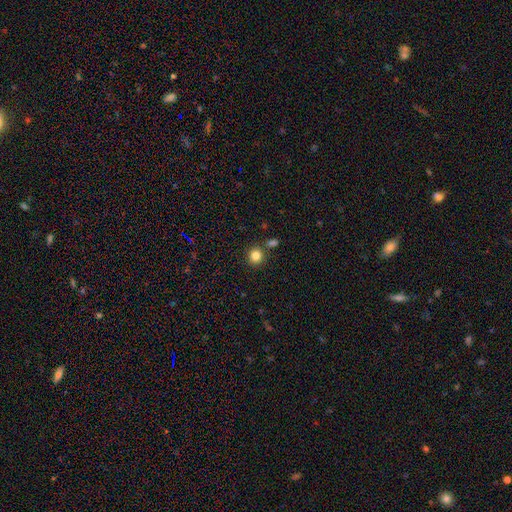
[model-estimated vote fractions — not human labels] Smooth or featured? smooth (84%)
How rounded? round (88%)
Merging? none (83%)